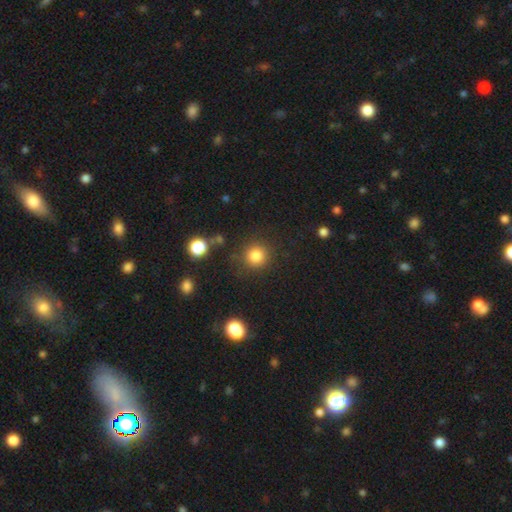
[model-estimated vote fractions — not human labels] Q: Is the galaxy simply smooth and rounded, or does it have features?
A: smooth — 83%.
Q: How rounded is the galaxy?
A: round — 92%.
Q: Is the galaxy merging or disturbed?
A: none — 85%.